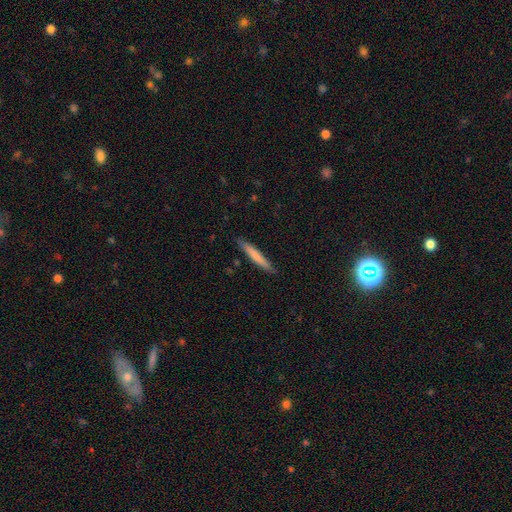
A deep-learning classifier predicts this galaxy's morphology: smooth 70%, featured or disk 25%, star or artifact 5%. Down the decision tree: how rounded — cigar-shaped (95%); merging — none (87%).